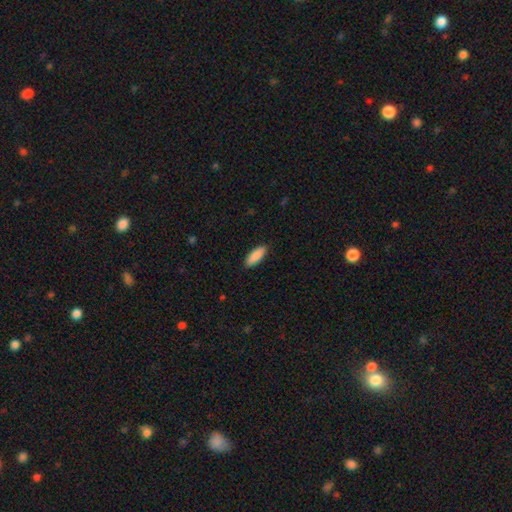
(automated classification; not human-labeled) smooth 90%, star or artifact 6%, featured or disk 5%. Down the decision tree: how rounded — in between (71%); merging — none (89%).